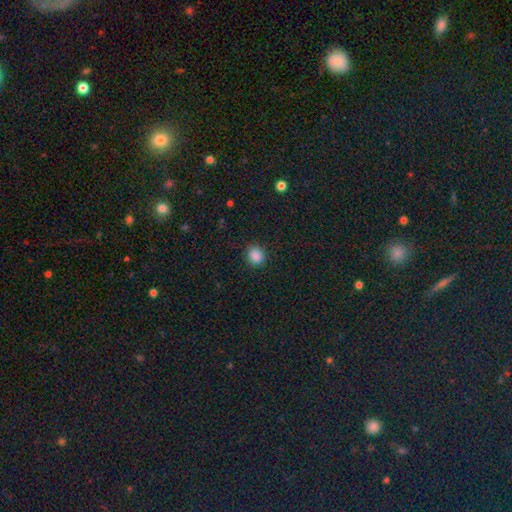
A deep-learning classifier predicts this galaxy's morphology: Smooth or featured? Predicted: smooth (p=0.87). How rounded? Predicted: round (p=0.75). Merging? Predicted: none (p=0.88).